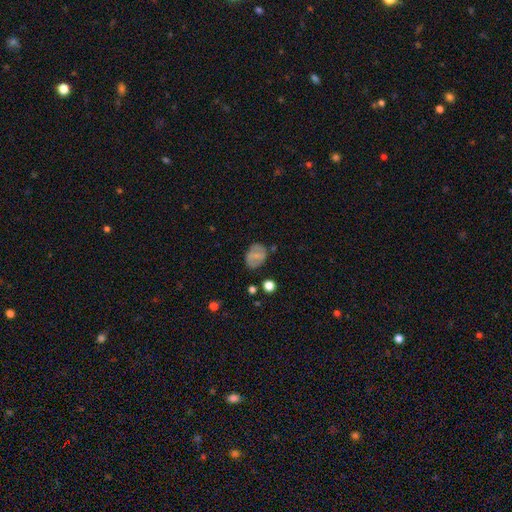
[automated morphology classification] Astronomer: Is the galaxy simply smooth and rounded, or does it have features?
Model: smooth — 57% (runner-up: featured or disk, 34%).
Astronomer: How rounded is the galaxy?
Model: in between — 67%.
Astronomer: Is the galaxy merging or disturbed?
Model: none — 76%.